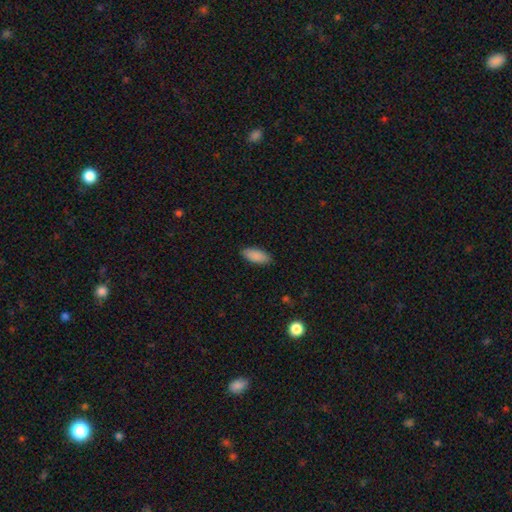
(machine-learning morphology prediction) Smooth or featured: smooth — 89% (star or artifact — 6%)
How rounded: in between — 84% (cigar-shaped — 14%)
Merging: none — 87% (minor disturbance — 10%)